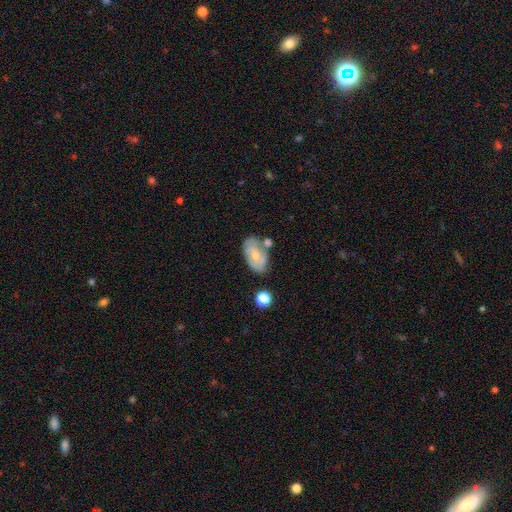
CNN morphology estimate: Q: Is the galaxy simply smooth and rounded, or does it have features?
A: smooth — 51%.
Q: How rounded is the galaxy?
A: in between — 91%.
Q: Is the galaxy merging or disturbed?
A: none — 53%.